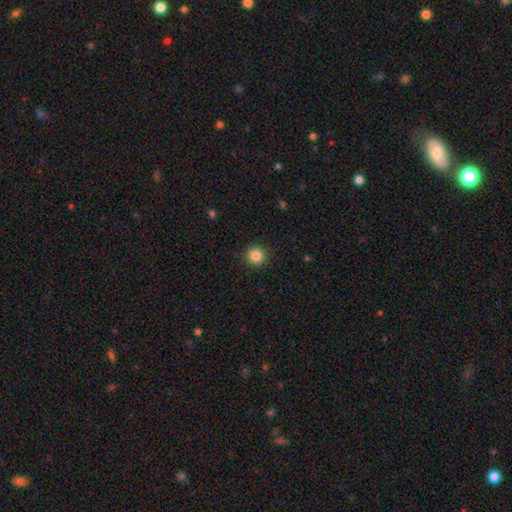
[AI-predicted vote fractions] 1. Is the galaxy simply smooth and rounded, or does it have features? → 85% smooth, 11% star or artifact, 4% featured or disk.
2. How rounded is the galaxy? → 93% round, 6% in between, 1% cigar-shaped.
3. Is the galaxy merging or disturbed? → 92% none, 5% minor disturbance, 2% major disturbance, 1% merger.